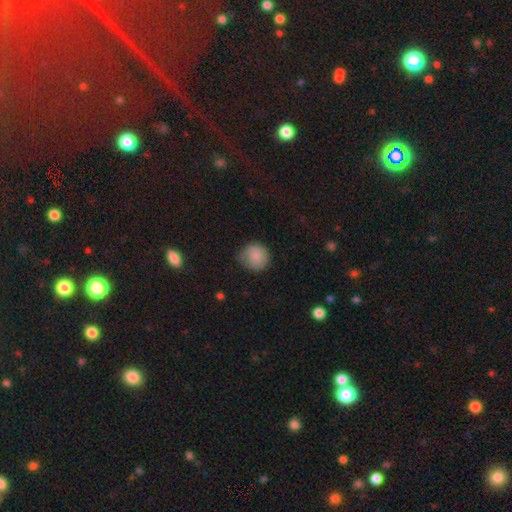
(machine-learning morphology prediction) Smooth or featured: smooth — 85% (featured or disk — 8%)
How rounded: round — 89% (in between — 10%)
Merging: none — 65% (minor disturbance — 28%)